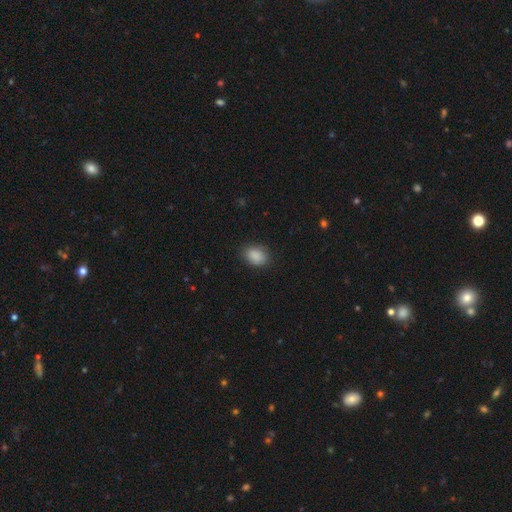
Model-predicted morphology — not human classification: This is clearly a smooth galaxy (89%). How rounded: likely in between (72%). Merging: clearly none (83%).